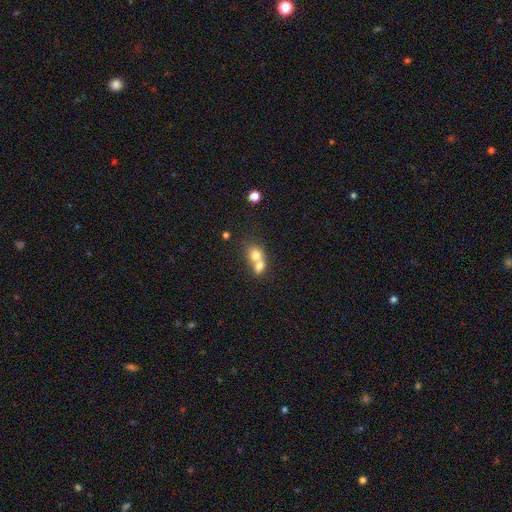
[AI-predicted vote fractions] smooth 71%, featured or disk 19%, star or artifact 10%. Down the decision tree: how rounded — round (56%); merging — merger (70%).